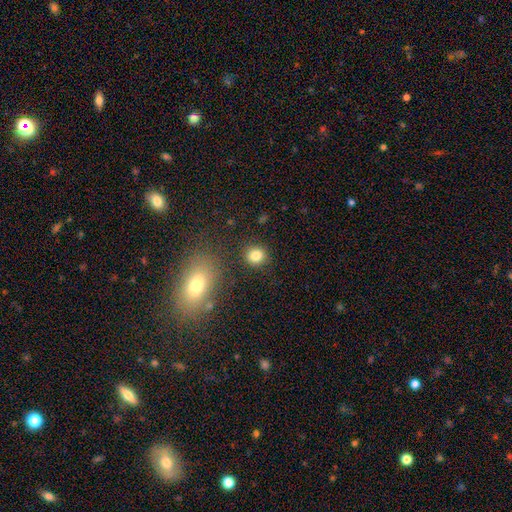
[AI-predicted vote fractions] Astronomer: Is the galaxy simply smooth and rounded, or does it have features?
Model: smooth — 83%.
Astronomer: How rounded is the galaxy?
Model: round — 87%.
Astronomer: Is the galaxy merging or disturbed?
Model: none — 87%.